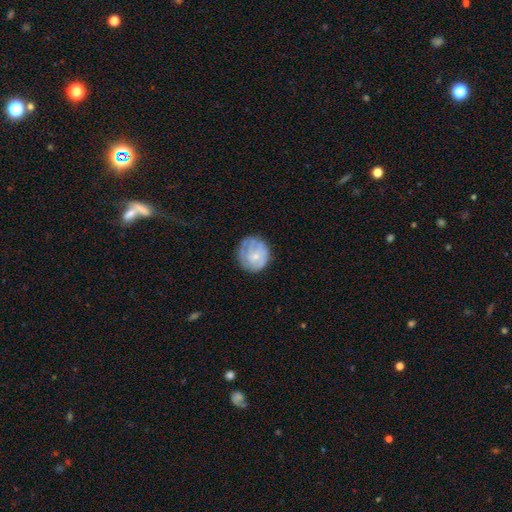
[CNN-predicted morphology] A featured or disk galaxy (47%). Merging: none (66%).